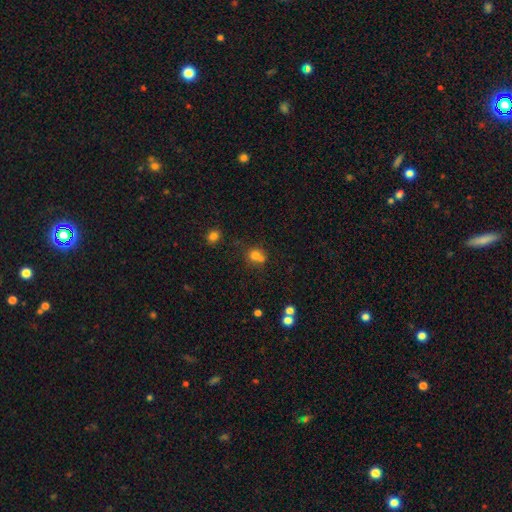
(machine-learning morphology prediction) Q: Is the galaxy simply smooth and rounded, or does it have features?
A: smooth — 72%.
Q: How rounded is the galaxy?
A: round — 75%.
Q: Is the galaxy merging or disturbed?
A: none — 42%.